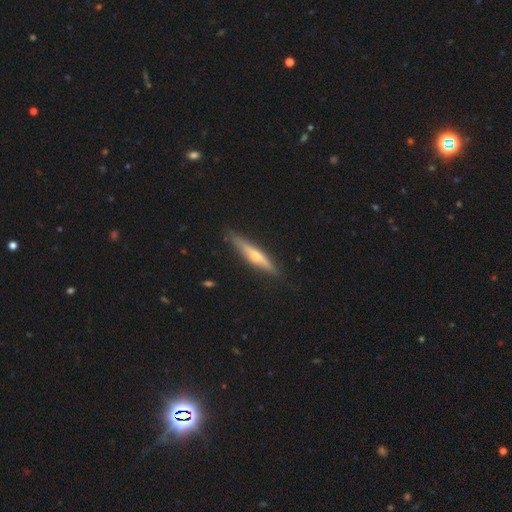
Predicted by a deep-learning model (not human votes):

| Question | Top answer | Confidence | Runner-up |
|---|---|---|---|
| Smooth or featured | featured or disk | 63% | smooth (30%) |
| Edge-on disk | yes | 95% | no (5%) |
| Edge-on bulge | rounded | 85% | none (11%) |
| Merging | none | 88% | minor disturbance (9%) |